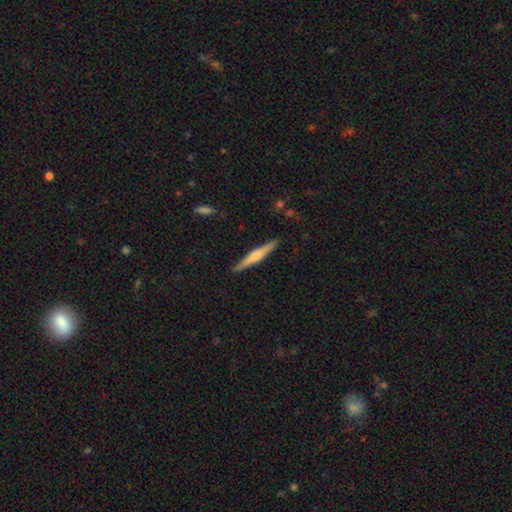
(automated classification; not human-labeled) A featured or disk galaxy (55%) viewed edge-on (98%) with a rounded central bulge (63%). Merging: none (91%).